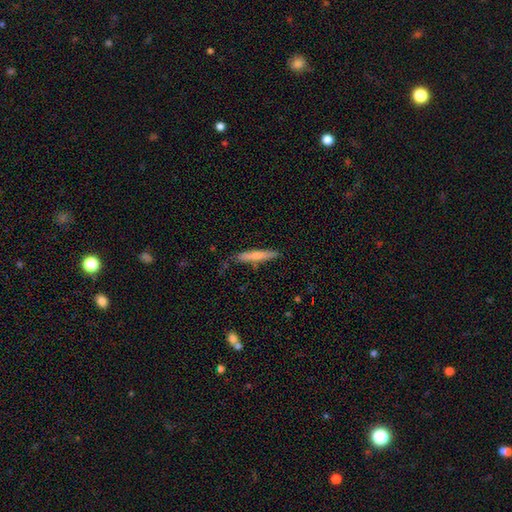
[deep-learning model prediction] A smooth galaxy with no disk features (65%) that is cigar-shaped (93%). Merging: none (79%).